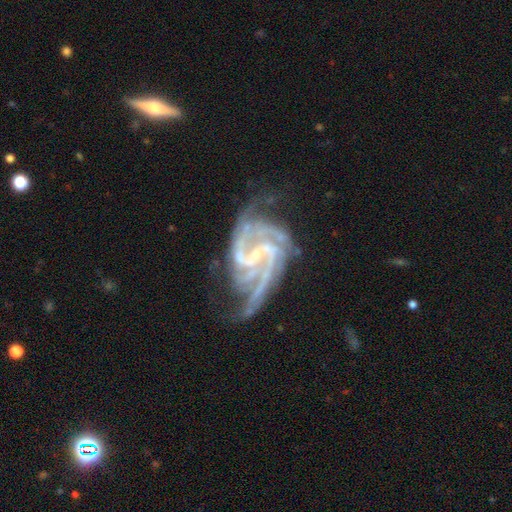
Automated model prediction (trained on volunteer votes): A featured or disk galaxy (92%) with a weak bar (42%), 3 (33%) medium (54%) spiral arms (98%) and a small central bulge (78%). Merging: none (57%).